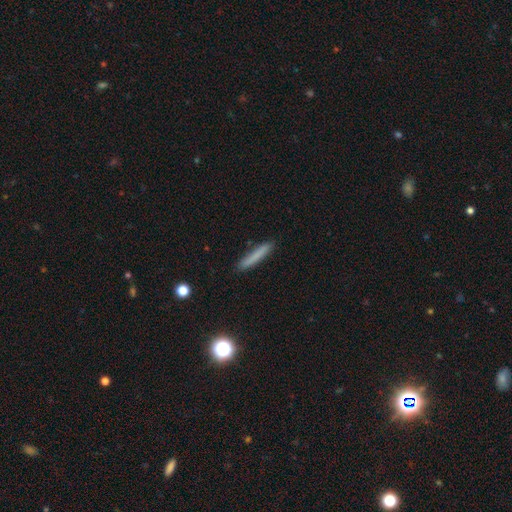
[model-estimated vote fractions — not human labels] This is likely a smooth galaxy (78%). How rounded: clearly cigar-shaped (94%). Merging: clearly none (88%).